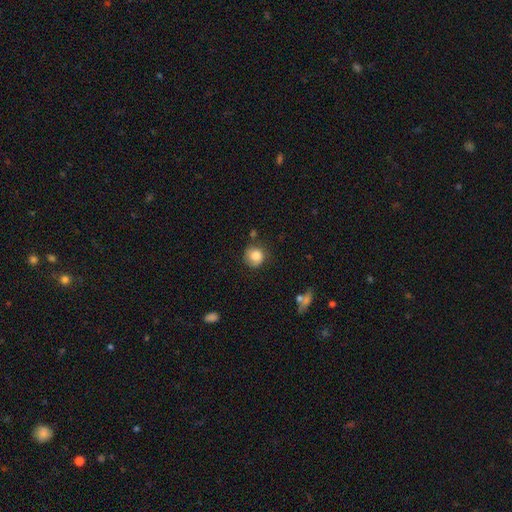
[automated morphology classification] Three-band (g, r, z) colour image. It shows a smooth galaxy with no disk features (82%) that is round (88%). Merging: none (74%).